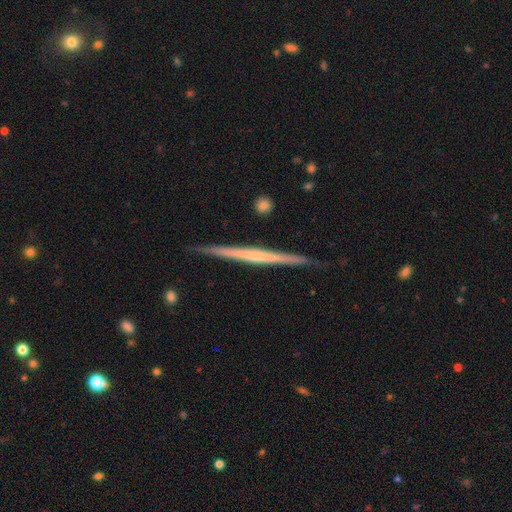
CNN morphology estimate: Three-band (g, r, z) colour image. It shows a featured or disk galaxy (69%) viewed edge-on (98%) with no central bulge (73%). Merging: none (90%).